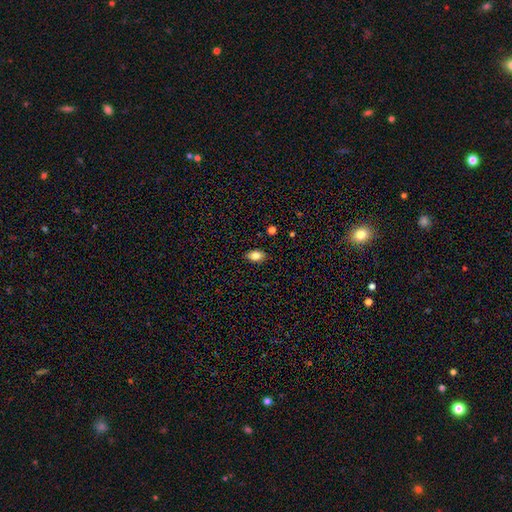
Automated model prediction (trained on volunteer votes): smooth_or_featured: smooth (p=0.81) [alt: featured or disk p=0.10]
how_rounded: in between (p=0.88) [alt: round p=0.09]
merging: none (p=0.88) [alt: minor disturbance p=0.09]